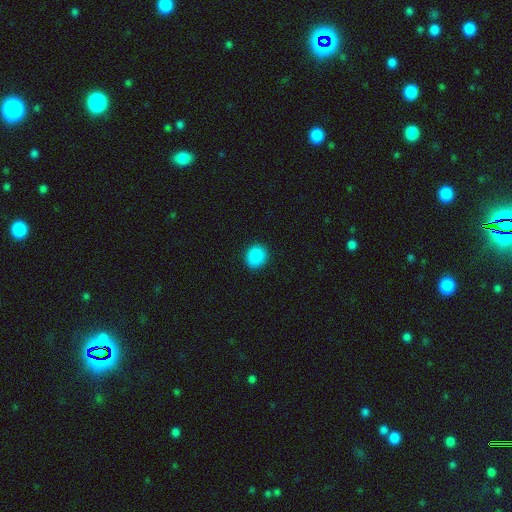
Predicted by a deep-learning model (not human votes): Smooth or featured: smooth — 88% (star or artifact — 10%)
How rounded: round — 77% (in between — 22%)
Merging: none — 89% (minor disturbance — 8%)